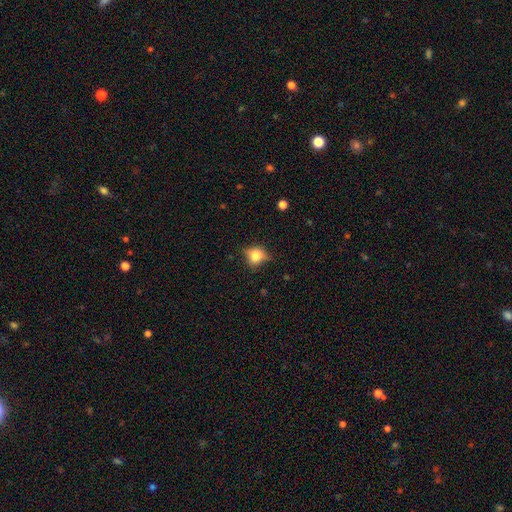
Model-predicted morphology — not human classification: smooth_or_featured: smooth (p=0.73) [alt: featured or disk p=0.16]
how_rounded: round (p=0.67) [alt: in between p=0.32]
merging: none (p=0.63) [alt: minor disturbance p=0.28]